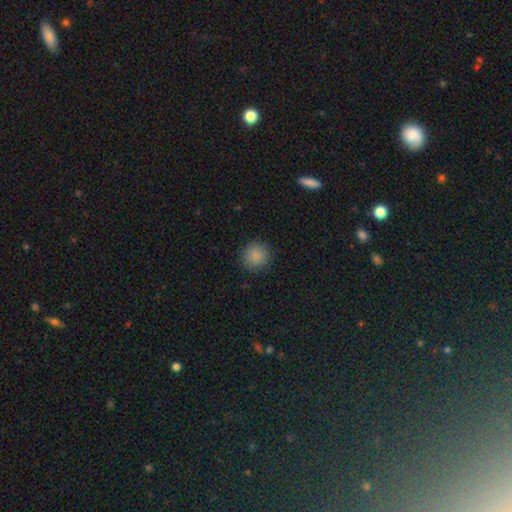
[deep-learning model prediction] A smooth galaxy with no disk features (87%) that is round (94%). Merging: none (90%).